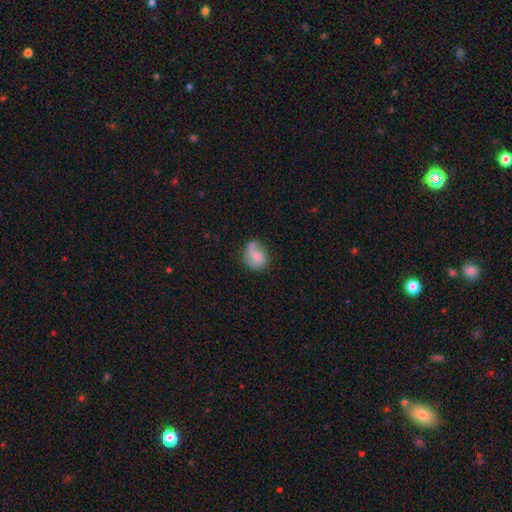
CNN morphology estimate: Q: Smooth or featured?
A: smooth (48%); runner-up: featured or disk (43%)
Q: Merging?
A: none (50%); runner-up: minor disturbance (30%)